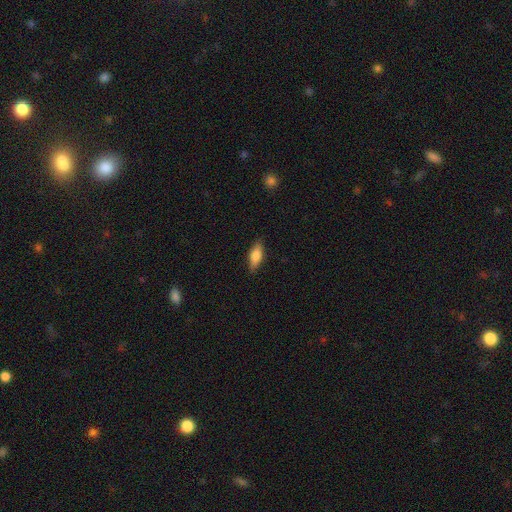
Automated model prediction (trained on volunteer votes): A smooth galaxy with no disk features (75%) that is in between round and cigar-shaped (66%). Merging: none (86%).